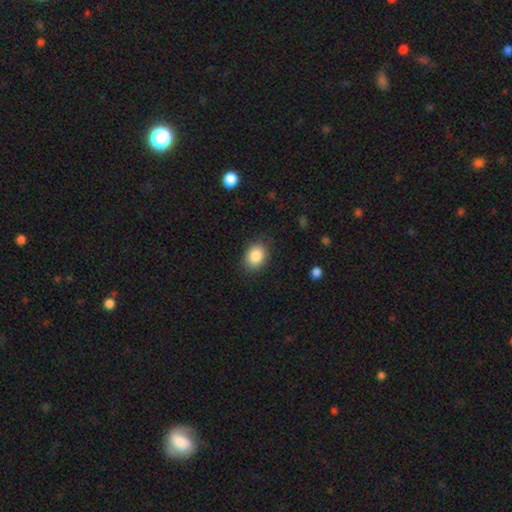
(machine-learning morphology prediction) Q: Smooth or featured?
A: smooth (87%); runner-up: star or artifact (8%)
Q: How rounded?
A: in between (59%); runner-up: round (40%)
Q: Merging?
A: none (86%); runner-up: minor disturbance (10%)